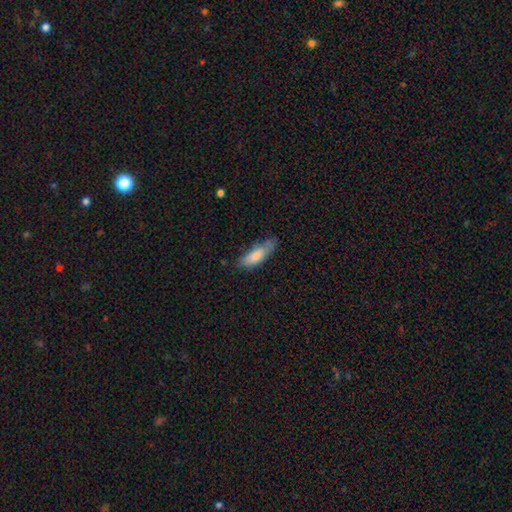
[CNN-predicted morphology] This appears to be a smooth galaxy with no disk features (79%) that is in between round and cigar-shaped (58%). Merging: none (60%).